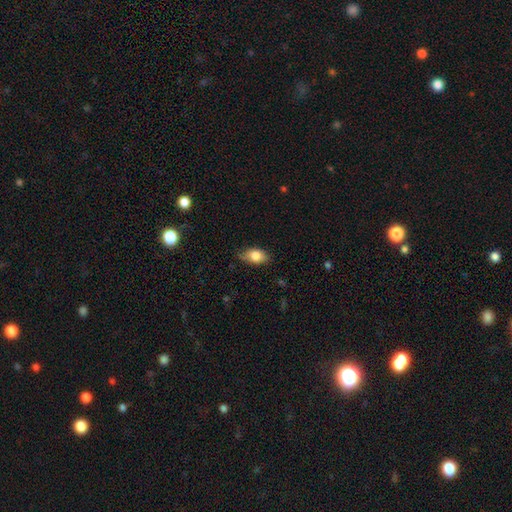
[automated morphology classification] smooth_or_featured: smooth (p=0.79) [alt: featured or disk p=0.13]
how_rounded: in between (p=0.87) [alt: round p=0.10]
merging: none (p=0.67) [alt: minor disturbance p=0.27]